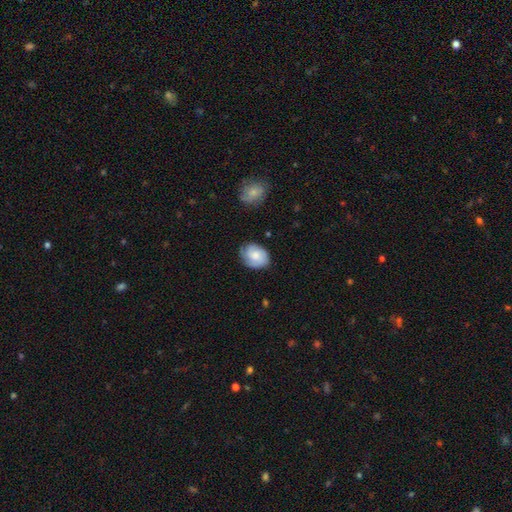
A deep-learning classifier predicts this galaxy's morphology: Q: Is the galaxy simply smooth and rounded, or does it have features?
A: smooth — 51%.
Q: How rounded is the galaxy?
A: in between — 62%.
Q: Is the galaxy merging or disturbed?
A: none — 72%.